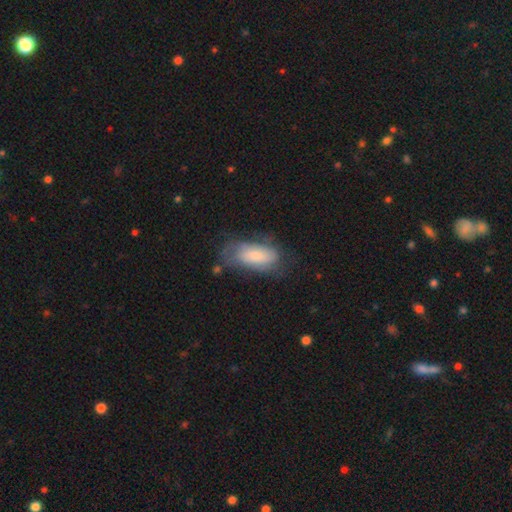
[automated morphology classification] Q: Smooth or featured?
A: smooth (66%); runner-up: featured or disk (27%)
Q: How rounded?
A: in between (86%); runner-up: cigar-shaped (12%)
Q: Merging?
A: none (52%); runner-up: minor disturbance (29%)